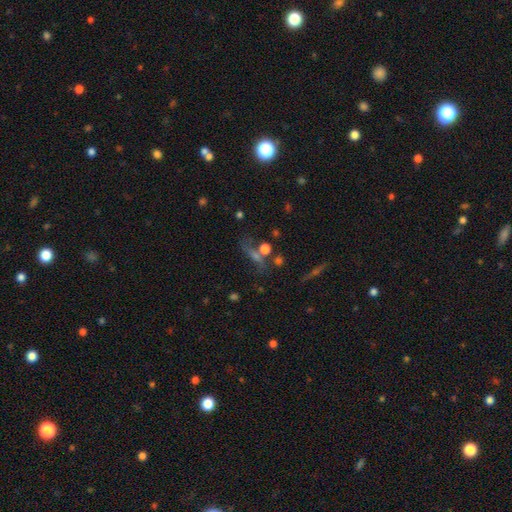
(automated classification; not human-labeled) Smooth or featured?
  - smooth: 34% * (tied)
  - star or artifact: 34% * (tied)
  - featured or disk: 32%
Merging?
  - none: 48% *
  - merger: 20%
  - major disturbance: 16%
  - minor disturbance: 15%